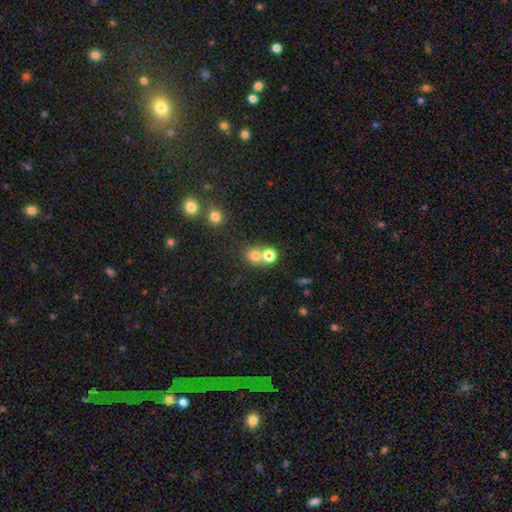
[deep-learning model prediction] smooth-or-featured: smooth: 74% | star or artifact: 17% | featured or disk: 10%
  how-rounded: round: 79% | in between: 20% | cigar-shaped: 1%
  merging: none: 52% | merger: 36% | minor disturbance: 8% | major disturbance: 4%